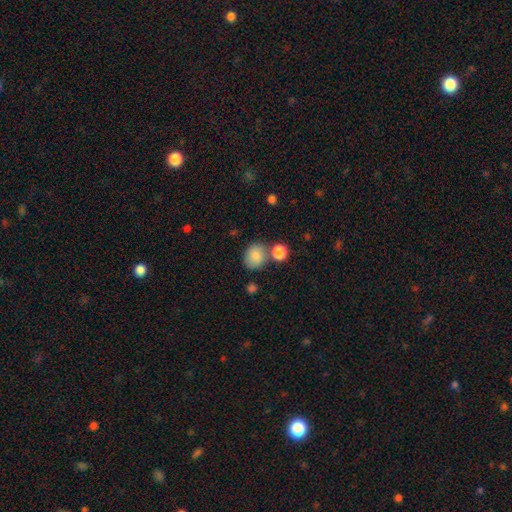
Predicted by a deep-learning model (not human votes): This is clearly a smooth galaxy (85%). How rounded: likely round (66%). Merging: likely none (62%).